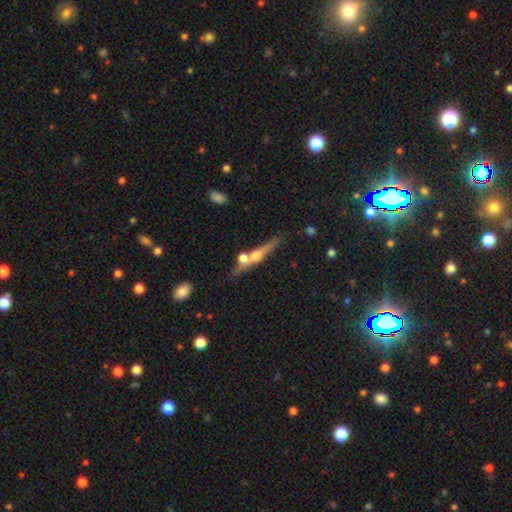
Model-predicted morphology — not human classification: type=featured or disk (63%); edge-on=yes (90%); edge-on bulge=rounded (89%); merging=none (48%).